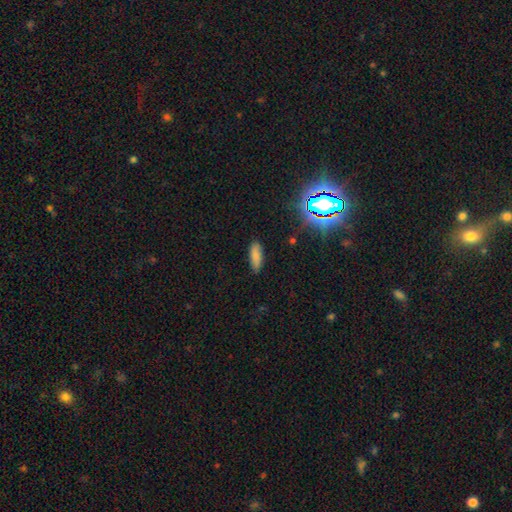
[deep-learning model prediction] This appears to be a smooth galaxy with no disk features (82%) that is in between round and cigar-shaped (64%). Merging: none (85%).